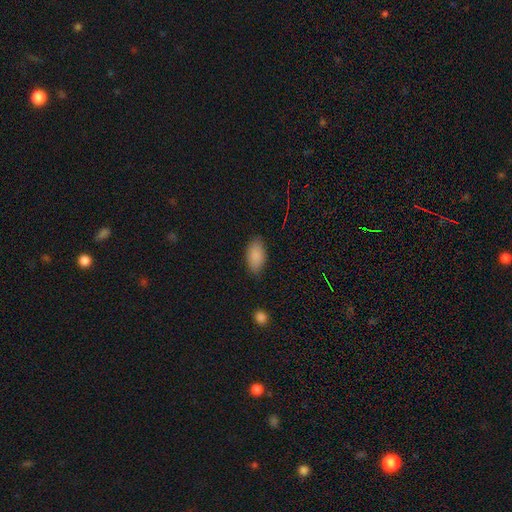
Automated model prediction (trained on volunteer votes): This is clearly a smooth galaxy (87%). How rounded: clearly in between (93%). Merging: clearly none (82%).